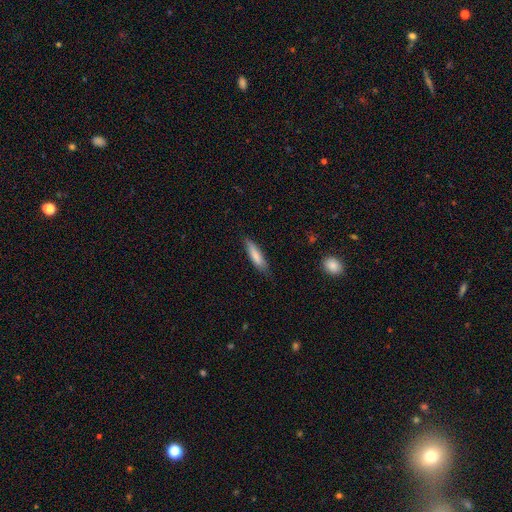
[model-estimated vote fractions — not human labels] Overall: smooth (81%). How rounded: cigar-shaped (74%). Merging: none (78%).